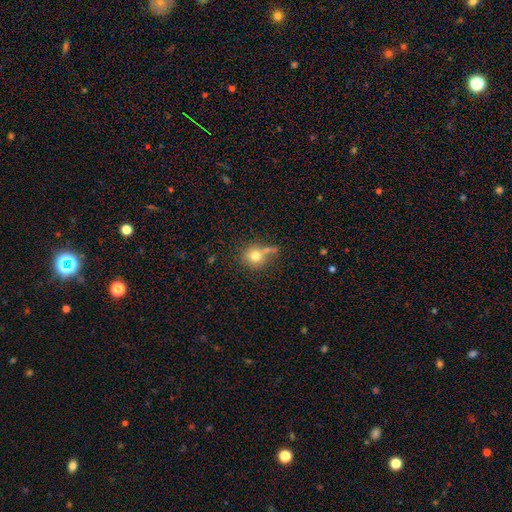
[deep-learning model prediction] Smooth or featured?
  - smooth: 76% *
  - featured or disk: 12%
  - star or artifact: 12%
How rounded?
  - round: 82% *
  - in between: 17%
  - cigar-shaped: 1%
Merging?
  - none: 53% *
  - merger: 22%
  - minor disturbance: 17%
  - major disturbance: 7%